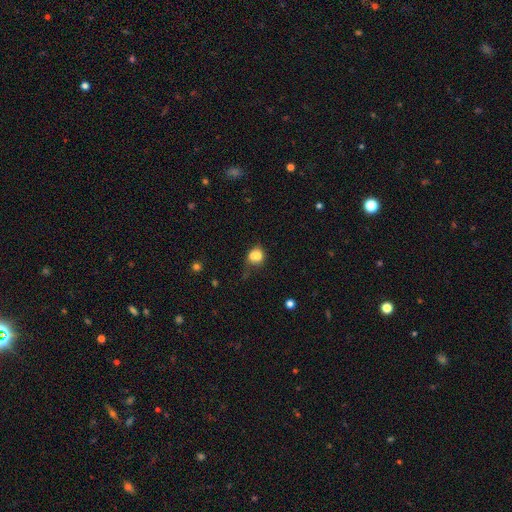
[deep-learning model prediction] Morphology: type=smooth (74%); roundness=round (60%); merging=merger (41%).